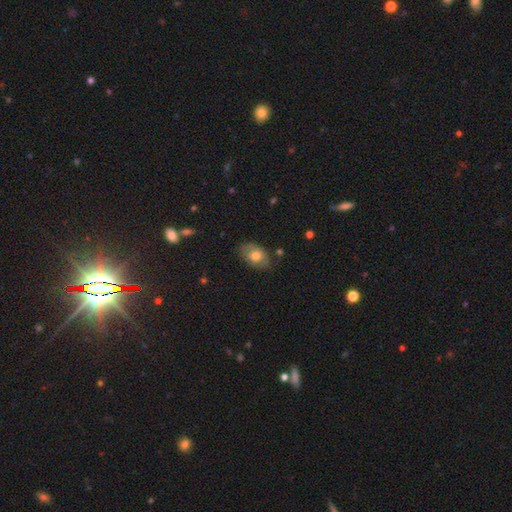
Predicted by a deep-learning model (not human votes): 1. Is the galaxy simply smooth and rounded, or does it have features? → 65% smooth, 27% featured or disk, 8% star or artifact.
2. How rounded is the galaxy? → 87% in between, 12% round, 1% cigar-shaped.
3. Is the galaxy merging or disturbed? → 74% none, 20% minor disturbance, 4% major disturbance, 2% merger.